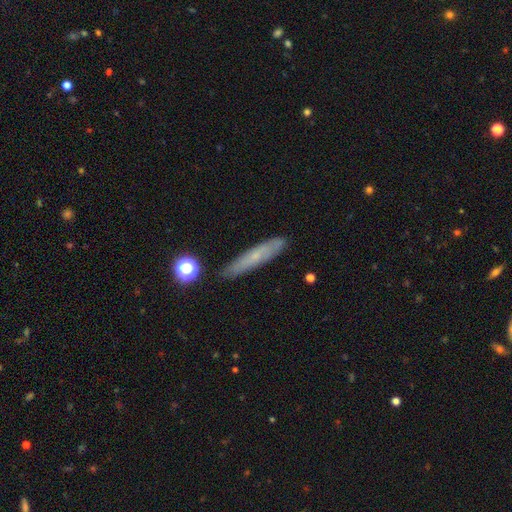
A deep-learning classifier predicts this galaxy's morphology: smooth_or_featured: smooth (p=0.50) [alt: featured or disk p=0.40]
how_rounded: cigar-shaped (p=0.87) [alt: in between p=0.11]
merging: none (p=0.81) [alt: minor disturbance p=0.14]